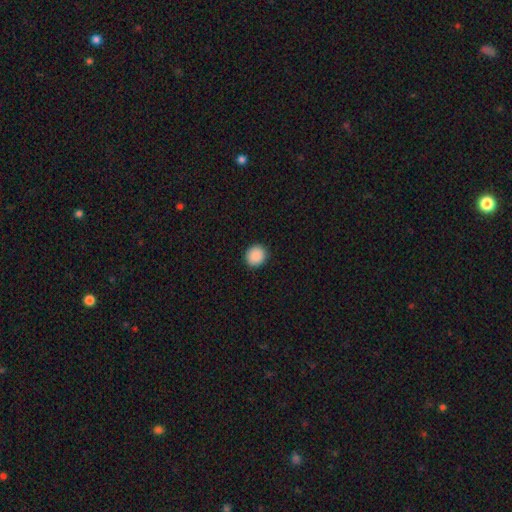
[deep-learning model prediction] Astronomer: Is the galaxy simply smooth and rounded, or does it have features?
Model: smooth — 90%.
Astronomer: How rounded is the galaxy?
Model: round — 86%.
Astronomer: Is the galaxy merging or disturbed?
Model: none — 92%.